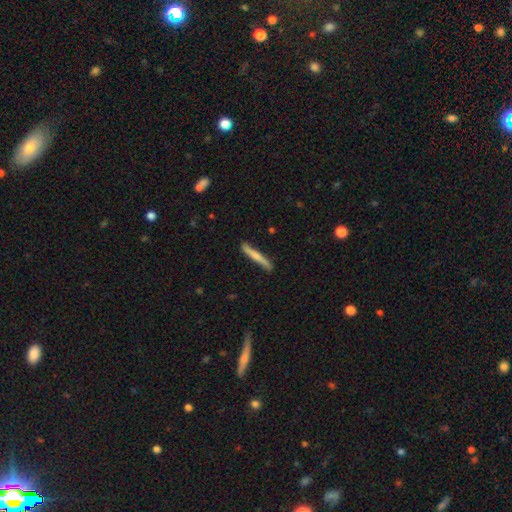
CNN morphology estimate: This is possibly a smooth galaxy (59%). How rounded: clearly cigar-shaped (95%). Merging: clearly none (84%).